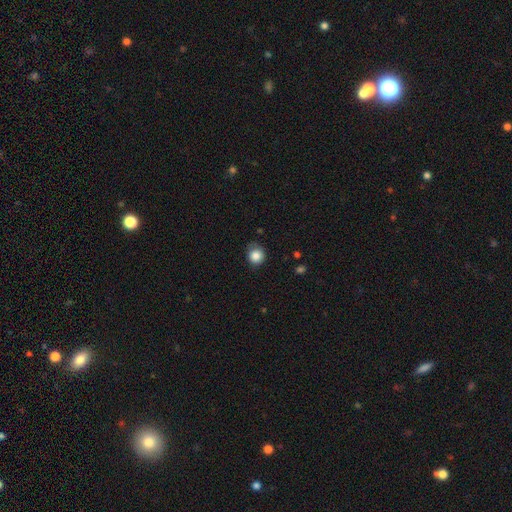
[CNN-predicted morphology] type=smooth (85%); roundness=round (85%); merging=none (68%).